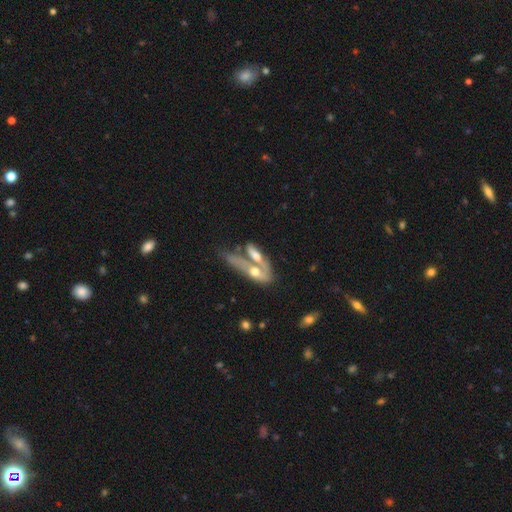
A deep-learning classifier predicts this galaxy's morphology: smooth_or_featured: smooth (p=0.47) [alt: featured or disk p=0.46]
merging: merger (p=0.62) [alt: none p=0.19]